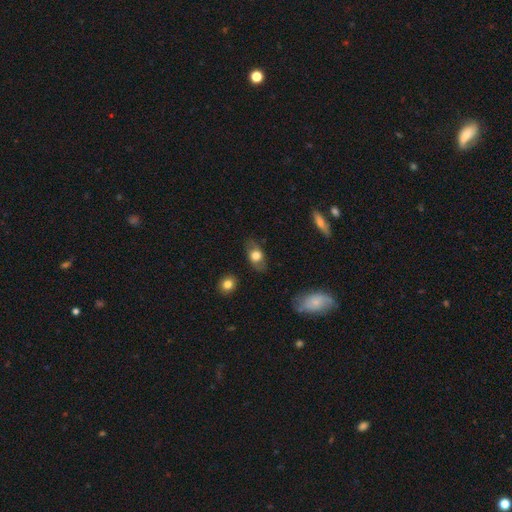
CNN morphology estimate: A smooth galaxy with no disk features (66%) that is in between round and cigar-shaped (81%). Merging: none (78%).